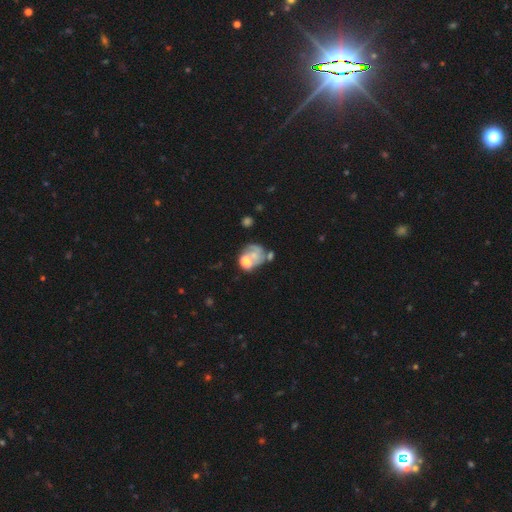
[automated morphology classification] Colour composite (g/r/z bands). It shows a smooth galaxy with no disk features (46%). Merging: none (30%, tied with merger).